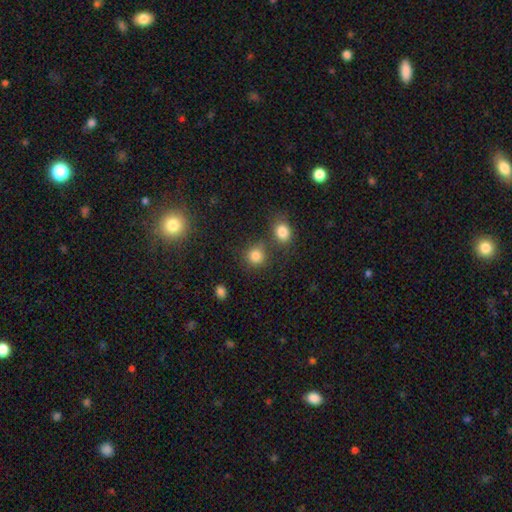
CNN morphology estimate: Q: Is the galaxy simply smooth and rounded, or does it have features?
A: smooth — 82%.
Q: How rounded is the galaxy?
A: round — 86%.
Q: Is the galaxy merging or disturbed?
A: none — 68%.